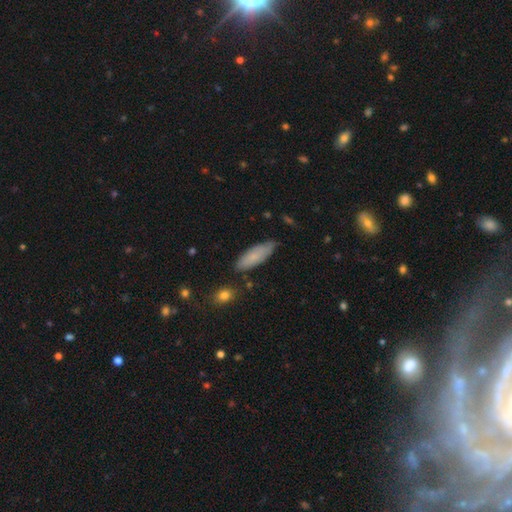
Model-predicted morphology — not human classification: Smooth or featured? smooth (79%)
How rounded? in between (61%)
Merging? none (73%)